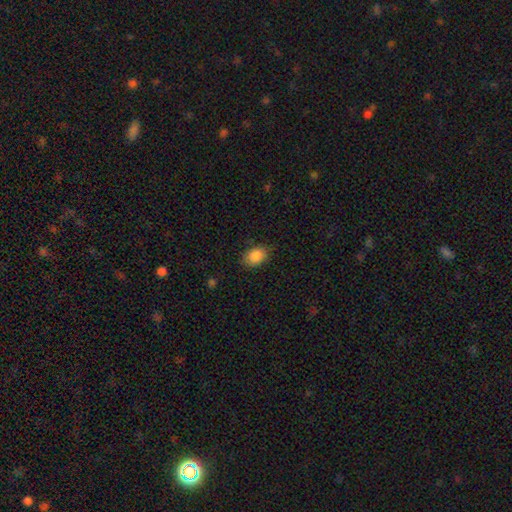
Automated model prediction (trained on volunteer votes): A smooth galaxy with no disk features (88%) that is in between round and cigar-shaped (75%). Merging: none (80%).